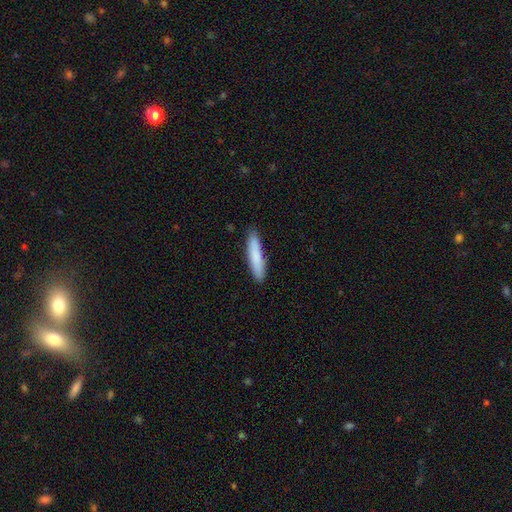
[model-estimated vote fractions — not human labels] This appears to be a smooth galaxy with no disk features (83%) that is cigar-shaped (87%). Merging: none (88%).